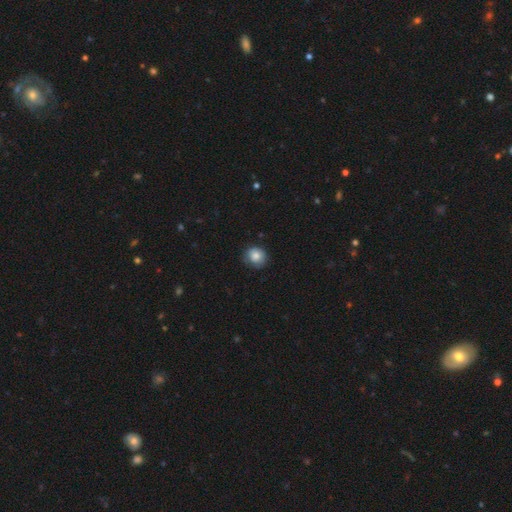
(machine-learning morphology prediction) Q: Smooth or featured?
A: smooth (81%); runner-up: featured or disk (10%)
Q: How rounded?
A: round (81%); runner-up: in between (18%)
Q: Merging?
A: none (75%); runner-up: minor disturbance (20%)